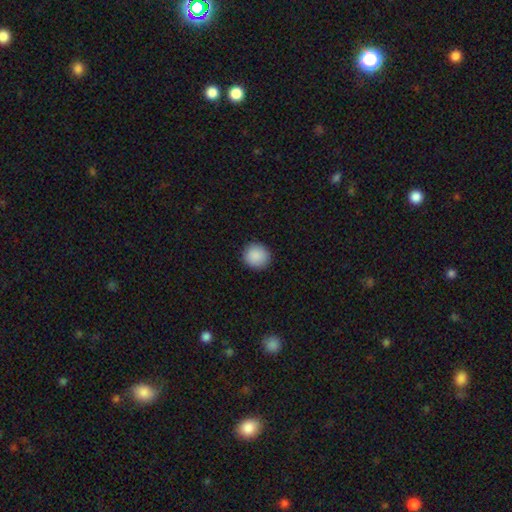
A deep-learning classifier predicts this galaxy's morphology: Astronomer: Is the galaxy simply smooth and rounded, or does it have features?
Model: smooth — 90%.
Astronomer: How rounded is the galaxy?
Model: round — 92%.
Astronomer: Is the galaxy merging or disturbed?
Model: none — 92%.